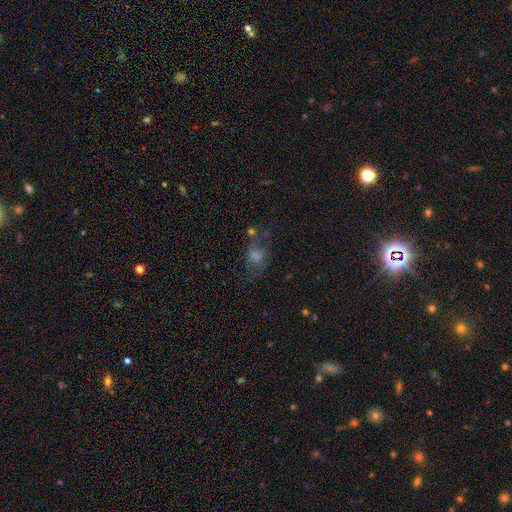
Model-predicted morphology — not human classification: A smooth galaxy with no disk features (47%). Merging: none (55%).